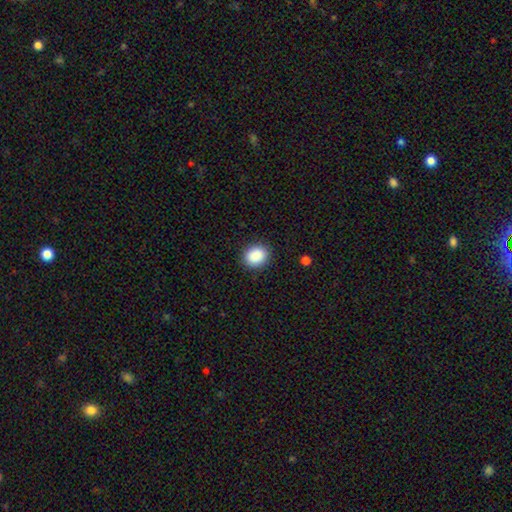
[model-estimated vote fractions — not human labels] This appears to be a smooth galaxy with no disk features (89%) that is round (58%). Merging: none (90%).